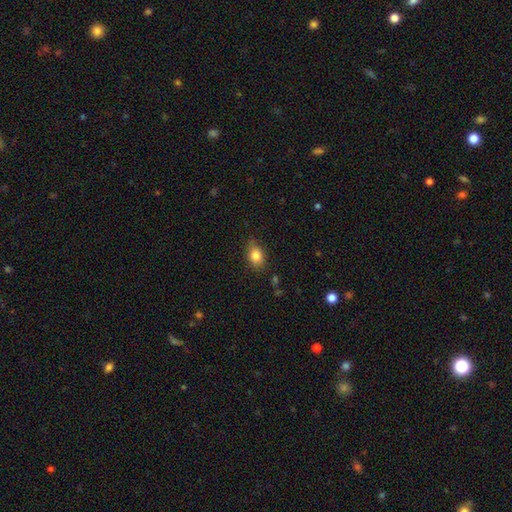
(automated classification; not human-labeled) Q: Smooth or featured?
A: smooth (83%); runner-up: star or artifact (9%)
Q: How rounded?
A: in between (76%); runner-up: round (22%)
Q: Merging?
A: none (76%); runner-up: minor disturbance (19%)